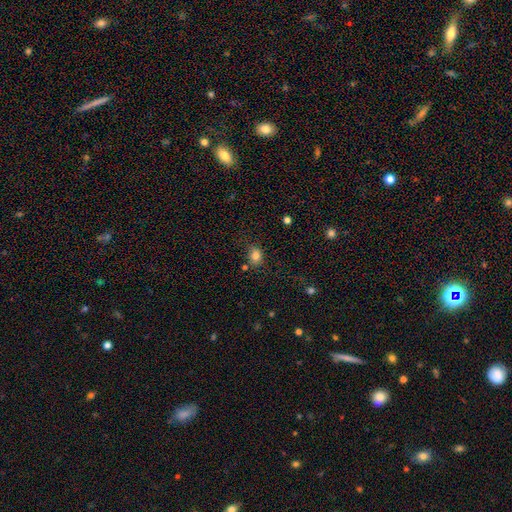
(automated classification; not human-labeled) Smooth or featured: smooth — 82% (star or artifact — 11%)
How rounded: round — 50% (in between — 49%)
Merging: none — 72% (minor disturbance — 18%)